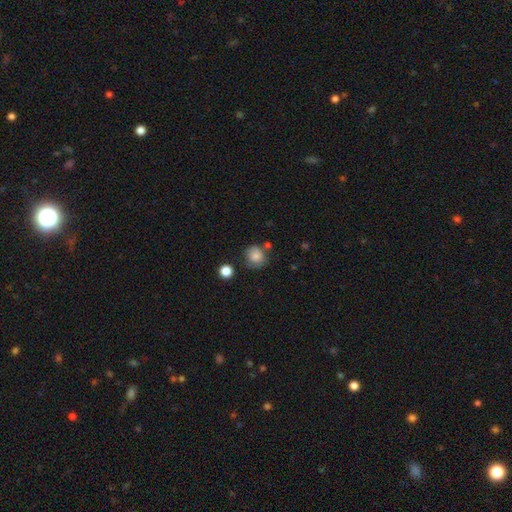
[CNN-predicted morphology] Overall: smooth (80%). How rounded: round (84%). Merging: none (63%).